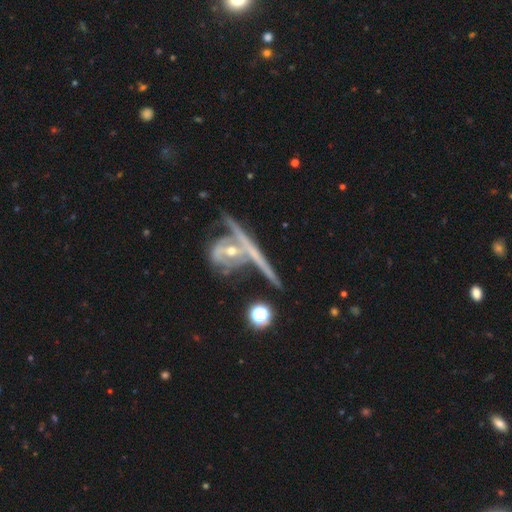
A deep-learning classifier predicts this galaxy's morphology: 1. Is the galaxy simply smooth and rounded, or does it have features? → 70% featured or disk, 18% smooth, 11% star or artifact.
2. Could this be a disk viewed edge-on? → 73% yes, 27% no.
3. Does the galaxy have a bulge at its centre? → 49% none, 44% rounded, 7% boxy.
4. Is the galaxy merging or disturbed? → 47% none, 30% merger, 13% minor disturbance, 10% major disturbance.